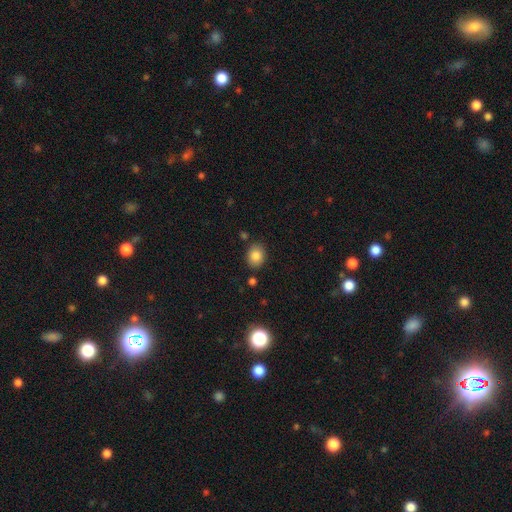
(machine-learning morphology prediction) Overall: smooth (84%). How rounded: in between (54%; round 45%). Merging: none (83%).